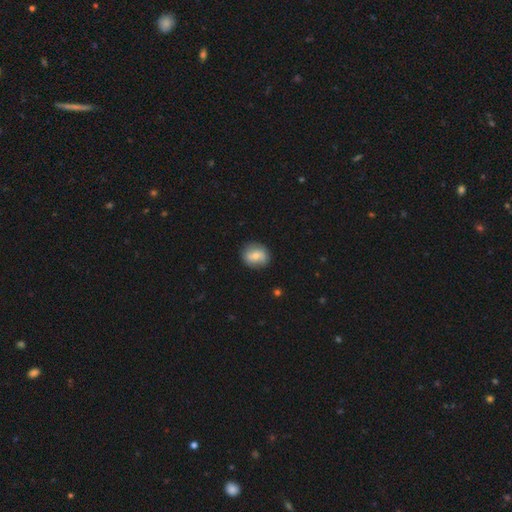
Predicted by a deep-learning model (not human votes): The model was most divided on "smooth or featured": smooth: 59%, featured or disk: 33%, star or artifact: 8%. More confident: merging — none (83%); how rounded — round (73%).